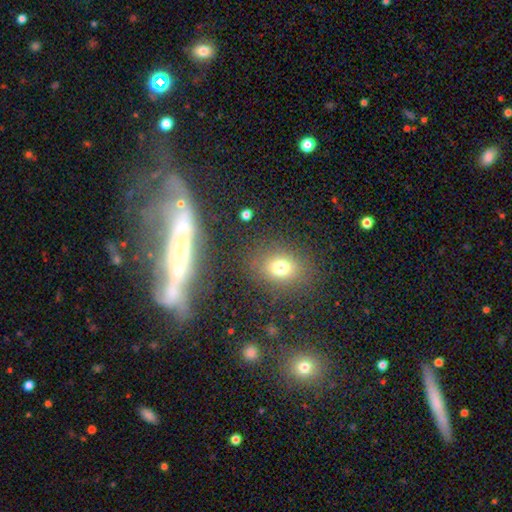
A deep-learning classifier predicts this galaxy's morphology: A featured or disk galaxy (57%) viewed edge-on (55%).

Vote fractions:
- Smooth or featured? featured or disk: 57% / smooth: 27% / star or artifact: 16%
- Edge-on disk? yes: 55% / no: 45%
- Merging? none: 42% / major disturbance: 27% / minor disturbance: 20% / merger: 12%